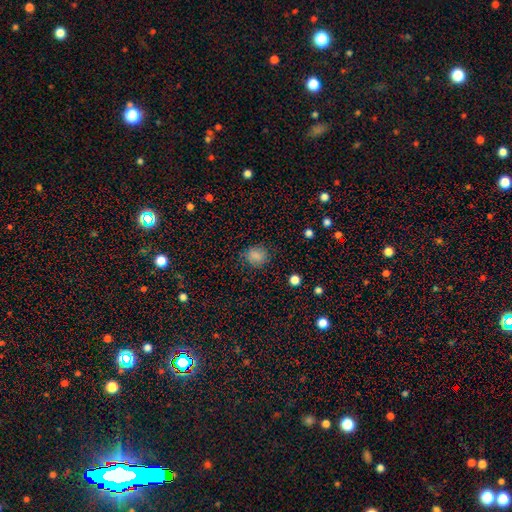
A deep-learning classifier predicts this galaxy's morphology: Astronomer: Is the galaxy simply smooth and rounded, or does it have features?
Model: smooth — 83%.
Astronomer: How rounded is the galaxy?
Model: round — 73%.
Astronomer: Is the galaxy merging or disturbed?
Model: none — 81%.